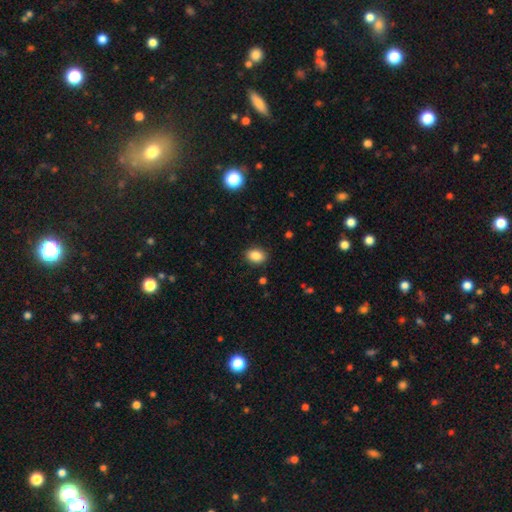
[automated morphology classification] Smooth or featured? smooth (87%)
How rounded? in between (73%)
Merging? none (89%)